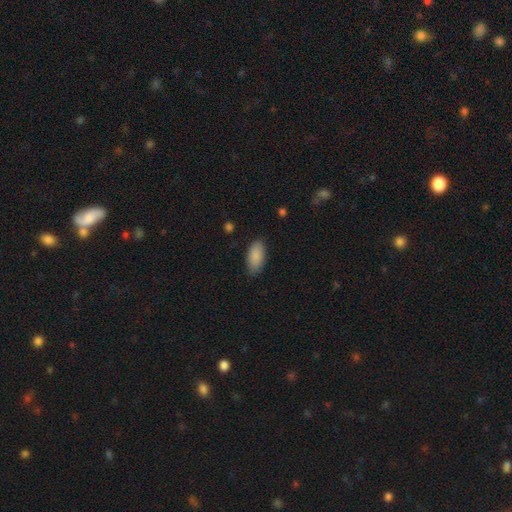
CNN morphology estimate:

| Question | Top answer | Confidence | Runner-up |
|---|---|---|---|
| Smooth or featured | smooth | 89% | star or artifact (6%) |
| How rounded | in between | 91% | cigar-shaped (7%) |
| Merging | none | 83% | minor disturbance (14%) |